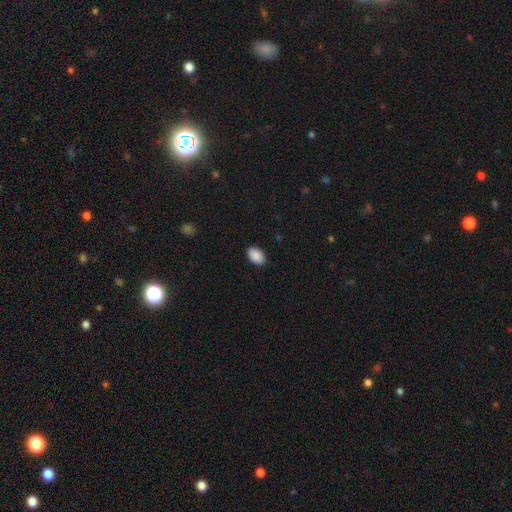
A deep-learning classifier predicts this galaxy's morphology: A smooth galaxy with no disk features (90%) that is in between round and cigar-shaped (92%).

Vote fractions:
- Smooth or featured? smooth: 90% / star or artifact: 7% / featured or disk: 3%
- How rounded? in between: 92% / round: 7% / cigar-shaped: 1%
- Merging? none: 89% / minor disturbance: 8% / major disturbance: 2% / merger: 1%